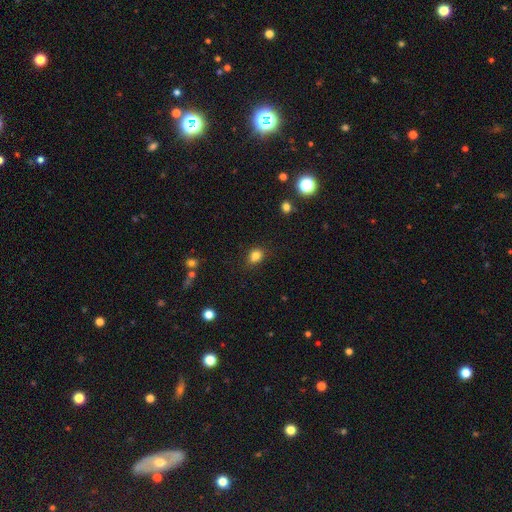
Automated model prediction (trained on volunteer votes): Morphology: type=smooth (82%); roundness=in between (51%); merging=none (79%).